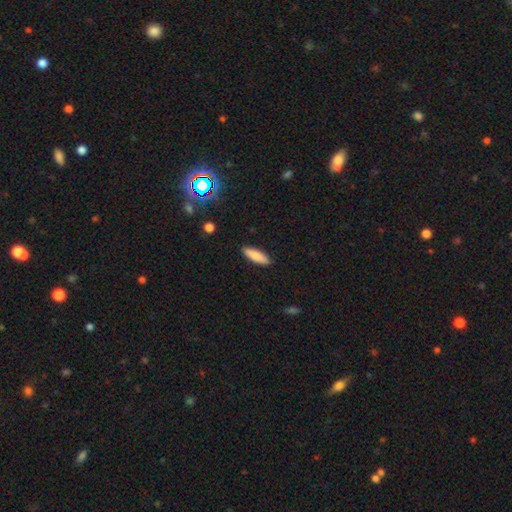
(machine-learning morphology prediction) Smooth or featured? smooth (84%)
How rounded? cigar-shaped (60%)
Merging? none (89%)